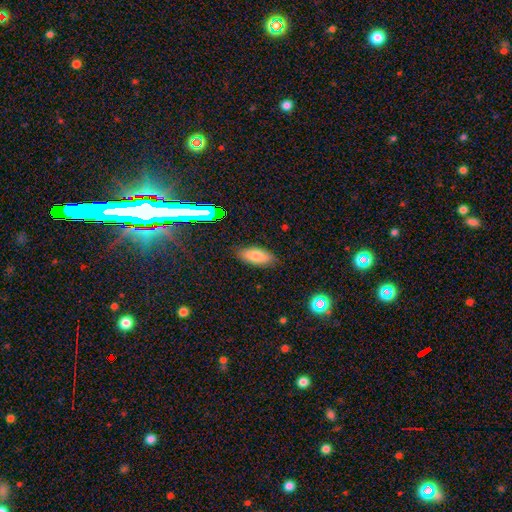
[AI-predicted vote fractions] smooth-or-featured: smooth: 78% | featured or disk: 12% | star or artifact: 10%
  how-rounded: in between: 83% | cigar-shaped: 15% | round: 2%
  merging: none: 85% | minor disturbance: 11% | major disturbance: 2% | merger: 1%